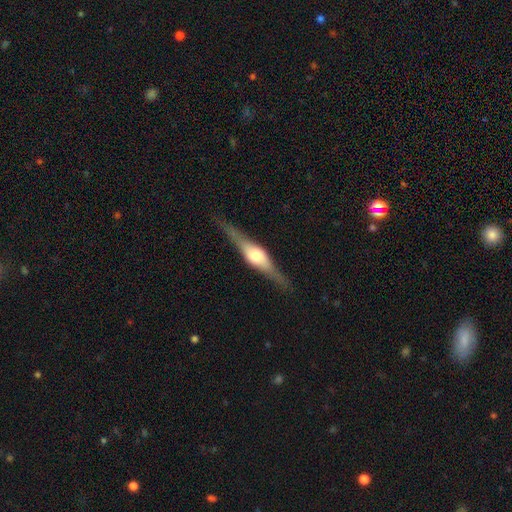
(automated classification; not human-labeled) This is likely a featured or disk galaxy (78%). It is clearly viewed edge-on (96%). Edge-on bulge: clearly rounded (88%). Merging: clearly none (85%).